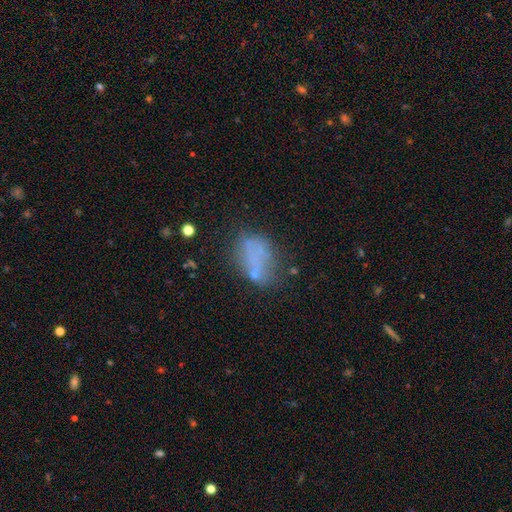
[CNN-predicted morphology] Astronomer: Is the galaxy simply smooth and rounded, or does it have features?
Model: smooth — 55%.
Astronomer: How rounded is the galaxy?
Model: in between — 77%.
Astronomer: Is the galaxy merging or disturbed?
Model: none — 54%.